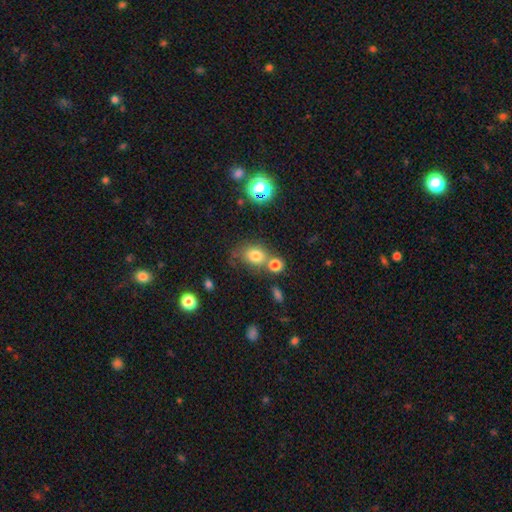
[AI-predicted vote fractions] smooth 75%, star or artifact 15%, featured or disk 10%. Down the decision tree: how rounded — round (51%); merging — none (52%).